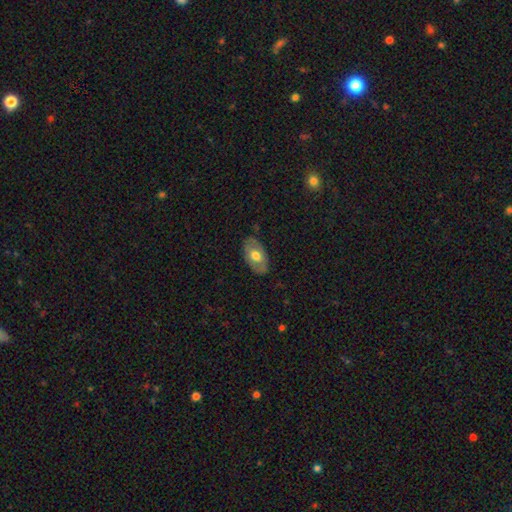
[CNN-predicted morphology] The model was most divided on "smooth or featured": smooth: 56%, featured or disk: 39%, star or artifact: 6%. More confident: how rounded — in between (92%); merging — none (81%).